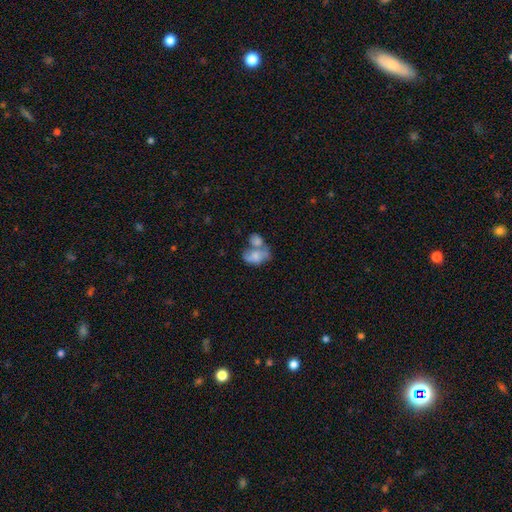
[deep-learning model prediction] Morphology: type=smooth (64%); roundness=in between (81%); merging=merger (57%).